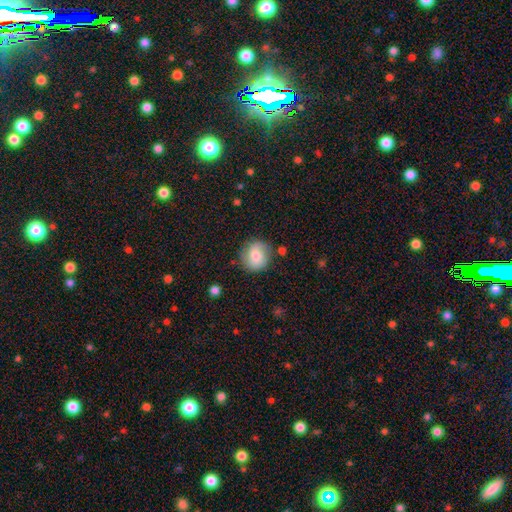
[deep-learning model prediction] smooth-or-featured: smooth: 69% | featured or disk: 23% | star or artifact: 8%
  how-rounded: round: 88% | in between: 11% | cigar-shaped: 1%
  merging: none: 78% | minor disturbance: 15% | major disturbance: 4% | merger: 3%